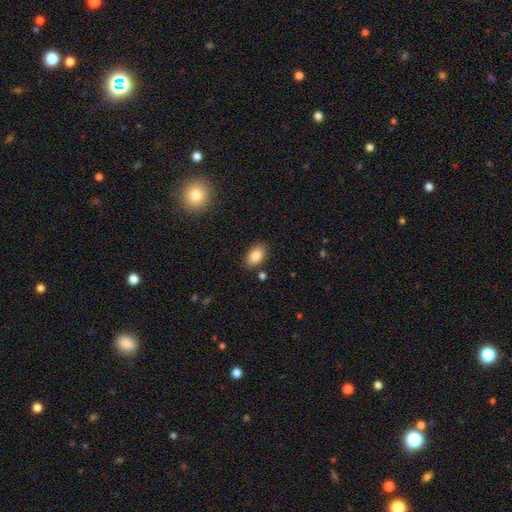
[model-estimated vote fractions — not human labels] Morphology: type=smooth (85%); roundness=in between (89%); merging=none (84%).